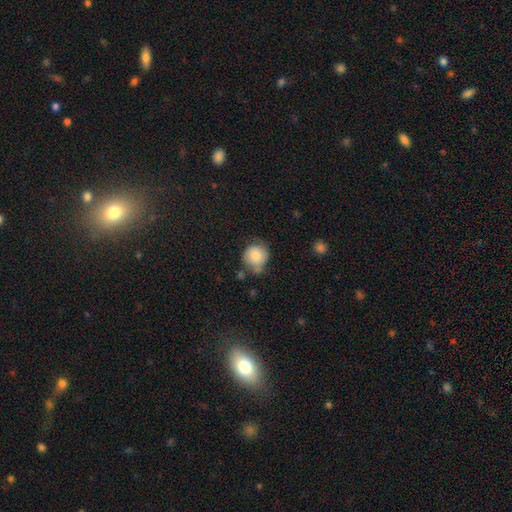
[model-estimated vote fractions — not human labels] Smooth or featured? Predicted: smooth (p=0.78). How rounded? Predicted: round (p=0.88). Merging? Predicted: none (p=0.59).